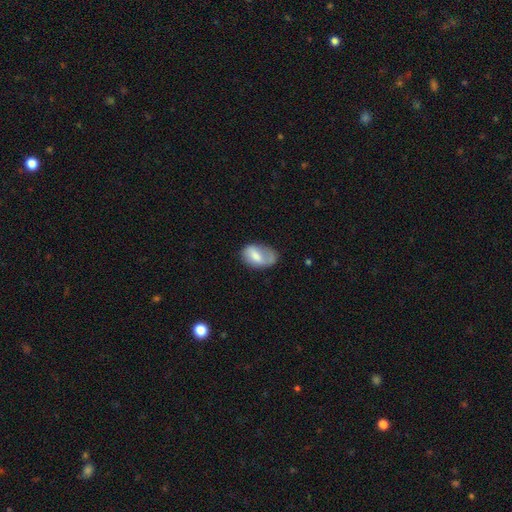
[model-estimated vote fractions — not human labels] smooth-or-featured: smooth: 65% | featured or disk: 28% | star or artifact: 7%
  how-rounded: in between: 89% | round: 9% | cigar-shaped: 2%
  merging: none: 38% | minor disturbance: 35% | major disturbance: 22% | merger: 4%